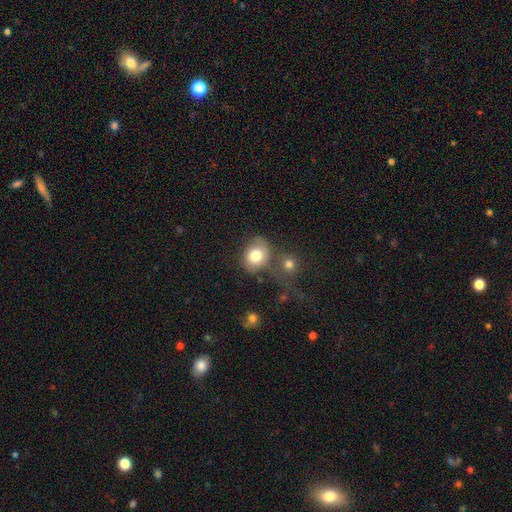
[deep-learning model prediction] The model was most divided on "how rounded": round: 51%, in between: 48%, cigar-shaped: 1%. More confident: smooth or featured — smooth (78%); merging — none (55%).